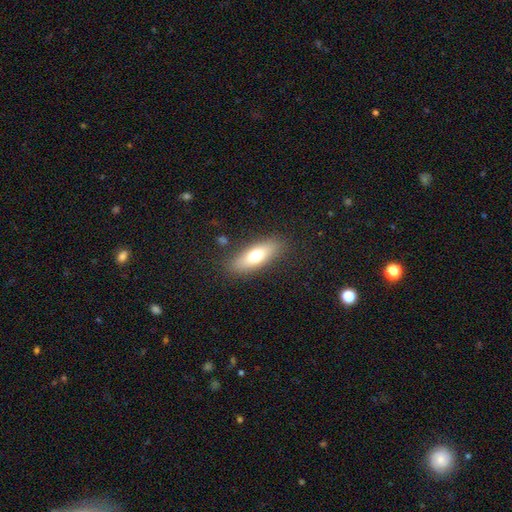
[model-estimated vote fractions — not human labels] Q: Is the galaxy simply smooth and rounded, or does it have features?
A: smooth — 67%.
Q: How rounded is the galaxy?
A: in between — 63%.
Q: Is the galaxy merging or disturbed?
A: none — 84%.